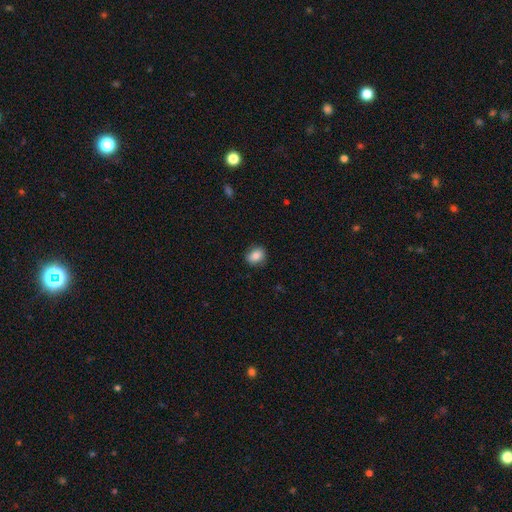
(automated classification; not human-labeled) The model was most divided on "how rounded": round: 55%, in between: 44%, cigar-shaped: 1%. More confident: merging — none (86%); smooth or featured — smooth (83%).